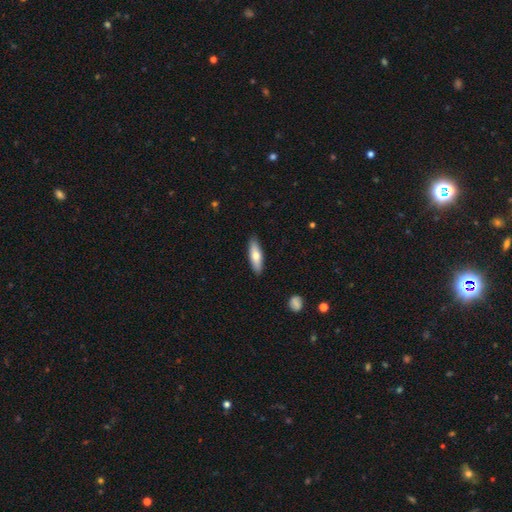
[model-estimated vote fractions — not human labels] A smooth galaxy with no disk features (67%) that is cigar-shaped (53%).

Vote fractions:
- Smooth or featured? smooth: 67% / featured or disk: 27% / star or artifact: 6%
- How rounded? cigar-shaped: 53% / in between: 45% / round: 2%
- Merging? none: 89% / minor disturbance: 9% / major disturbance: 2% / merger: 1%